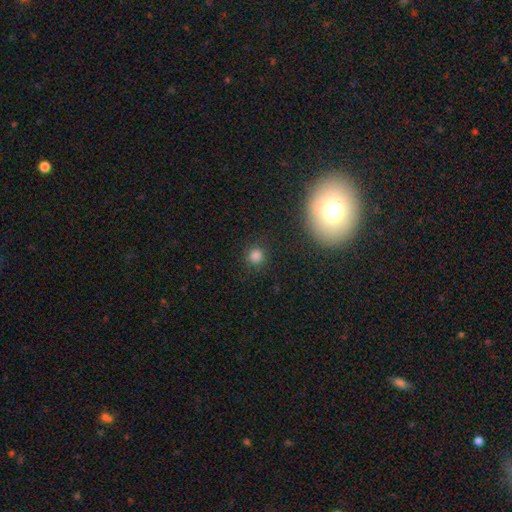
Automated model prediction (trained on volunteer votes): A smooth galaxy with no disk features (80%) that is round (92%). Merging: none (88%).